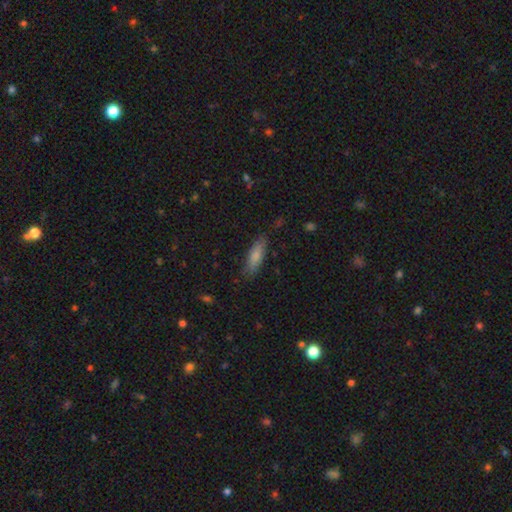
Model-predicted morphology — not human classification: smooth 78%, featured or disk 15%, star or artifact 7%. Down the decision tree: how rounded — cigar-shaped (52%); merging — none (79%).